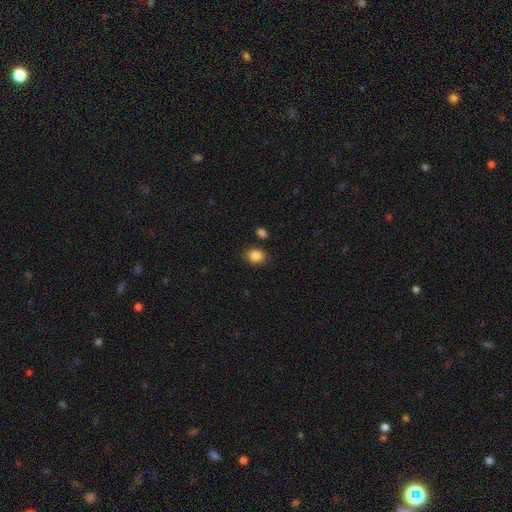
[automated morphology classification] Smooth or featured?
  - smooth: 86% *
  - star or artifact: 9%
  - featured or disk: 5%
How rounded?
  - round: 51% *
  - in between: 48%
  - cigar-shaped: 1%
Merging?
  - none: 83% *
  - minor disturbance: 10%
  - merger: 4%
  - major disturbance: 3%